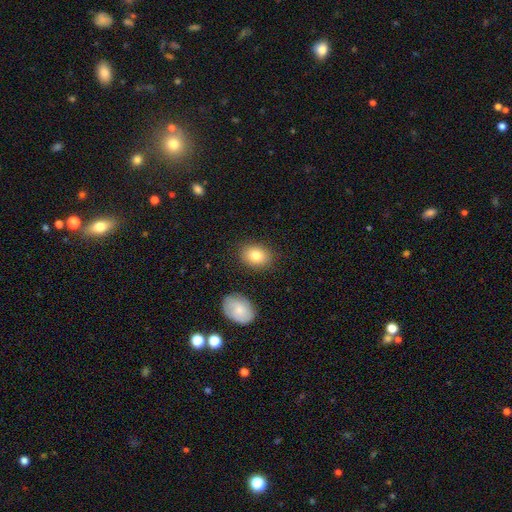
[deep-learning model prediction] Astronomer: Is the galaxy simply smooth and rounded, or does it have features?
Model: smooth — 82%.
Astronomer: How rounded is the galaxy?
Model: in between — 67%.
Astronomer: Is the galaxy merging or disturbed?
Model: none — 84%.